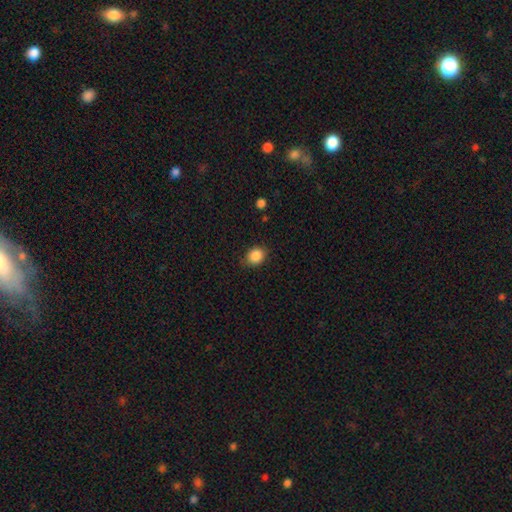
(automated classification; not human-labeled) A smooth galaxy with no disk features (87%) that is round (53%). Merging: none (80%).